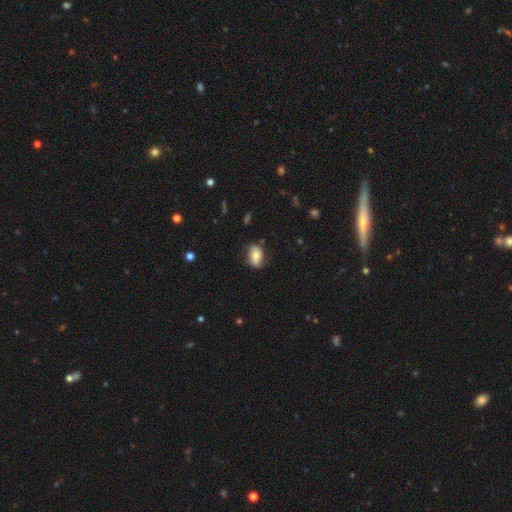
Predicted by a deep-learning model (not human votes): smooth 68%, featured or disk 23%, star or artifact 8%. Down the decision tree: how rounded — in between (86%); merging — none (72%).